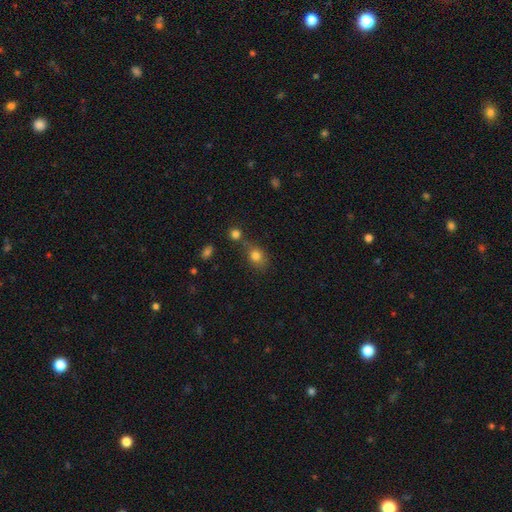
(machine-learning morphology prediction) Smooth or featured? smooth (80%)
How rounded? round (52%)
Merging? none (55%)